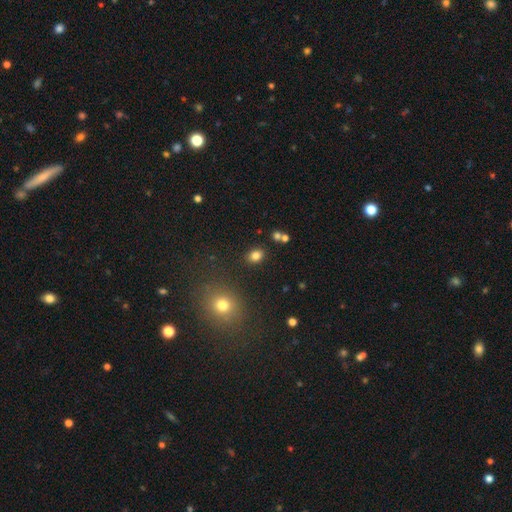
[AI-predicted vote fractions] Overall: smooth (81%). How rounded: in between (60%; round 39%). Merging: none (83%).